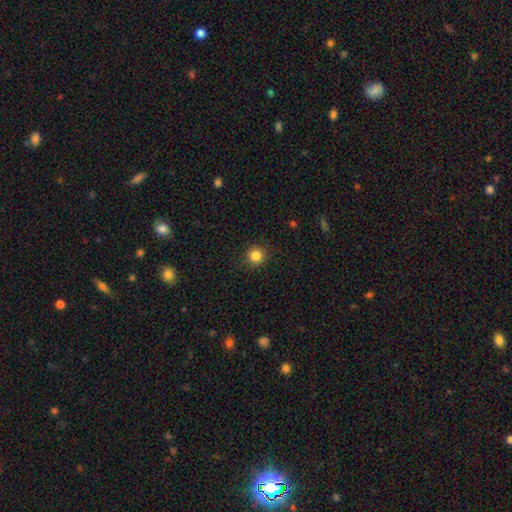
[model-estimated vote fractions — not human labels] Smooth or featured? smooth (85%)
How rounded? round (93%)
Merging? none (91%)